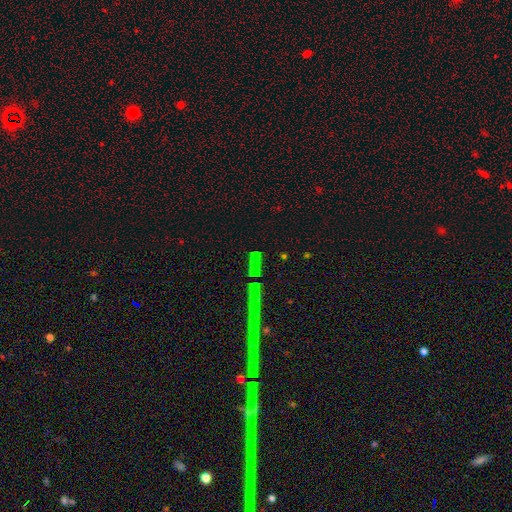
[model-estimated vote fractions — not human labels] smooth_or_featured: star or artifact (p=0.68) [alt: smooth p=0.20]